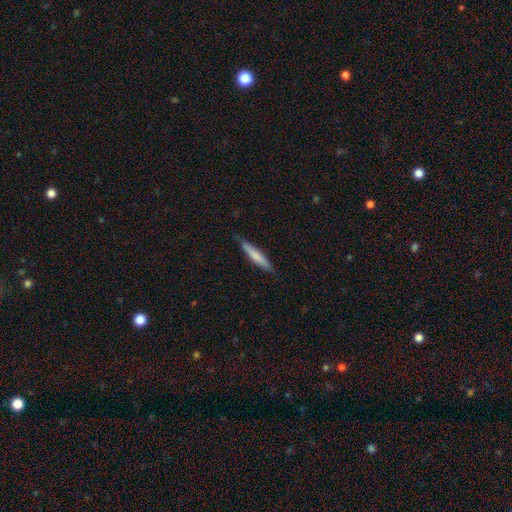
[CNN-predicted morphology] This is likely a smooth galaxy (73%). How rounded: clearly cigar-shaped (91%). Merging: clearly none (84%).